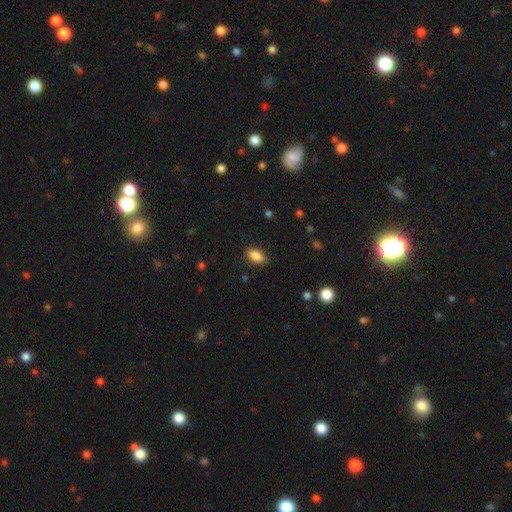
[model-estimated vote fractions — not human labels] Smooth or featured?
  - smooth: 87% *
  - star or artifact: 8%
  - featured or disk: 5%
How rounded?
  - in between: 90% *
  - round: 5%
  - cigar-shaped: 5%
Merging?
  - none: 83% *
  - minor disturbance: 13%
  - major disturbance: 3%
  - merger: 1%